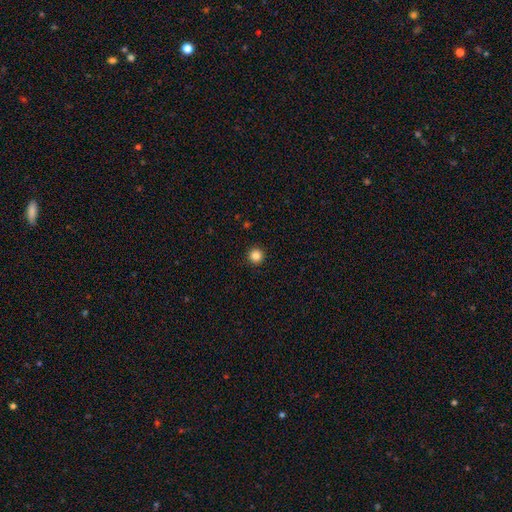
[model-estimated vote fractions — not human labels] Smooth or featured?
  - smooth: 86% *
  - star or artifact: 11%
  - featured or disk: 3%
How rounded?
  - round: 96% *
  - in between: 3%
  - cigar-shaped: 1%
Merging?
  - none: 94% *
  - minor disturbance: 4%
  - major disturbance: 1%
  - merger: 1%